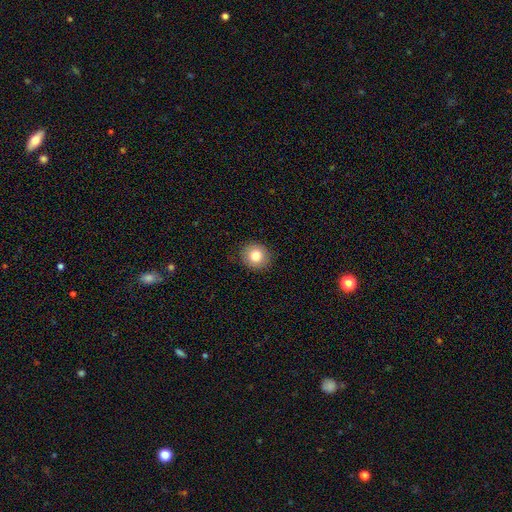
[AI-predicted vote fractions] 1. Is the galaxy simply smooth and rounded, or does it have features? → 80% smooth, 10% featured or disk, 10% star or artifact.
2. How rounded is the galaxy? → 86% round, 13% in between, 1% cigar-shaped.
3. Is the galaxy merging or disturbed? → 89% none, 8% minor disturbance, 2% major disturbance, 1% merger.